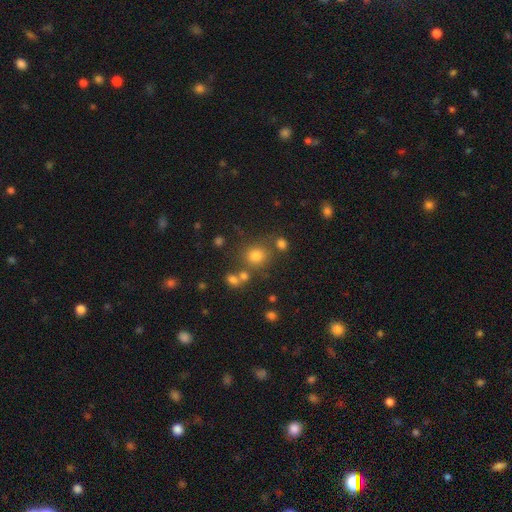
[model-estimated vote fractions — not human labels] Overall: smooth (74%). How rounded: round (81%). Merging: none (71%).